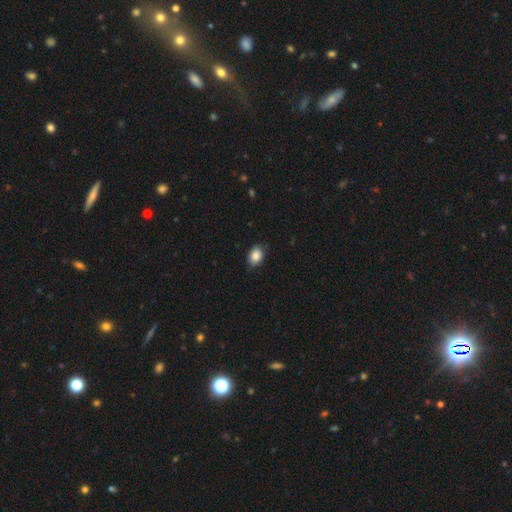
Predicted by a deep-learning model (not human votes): smooth-or-featured: smooth: 86% | star or artifact: 8% | featured or disk: 6%
  how-rounded: in between: 78% | round: 21% | cigar-shaped: 1%
  merging: none: 82% | minor disturbance: 15% | major disturbance: 2% | merger: 1%